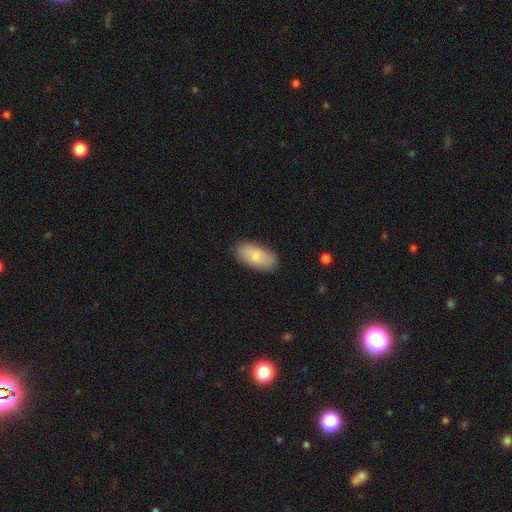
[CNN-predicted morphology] smooth-or-featured: smooth: 74% | featured or disk: 20% | star or artifact: 6%
  how-rounded: in between: 93% | cigar-shaped: 4% | round: 3%
  merging: none: 83% | minor disturbance: 13% | major disturbance: 2% | merger: 1%